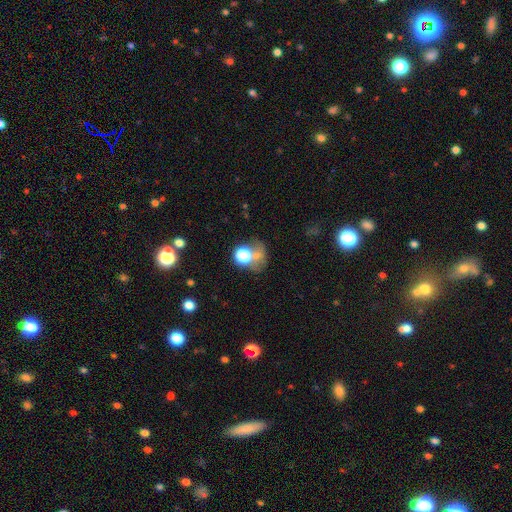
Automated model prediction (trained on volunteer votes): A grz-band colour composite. It shows a smooth galaxy with no disk features (56%) that is round (65%). Merging: none (34%).